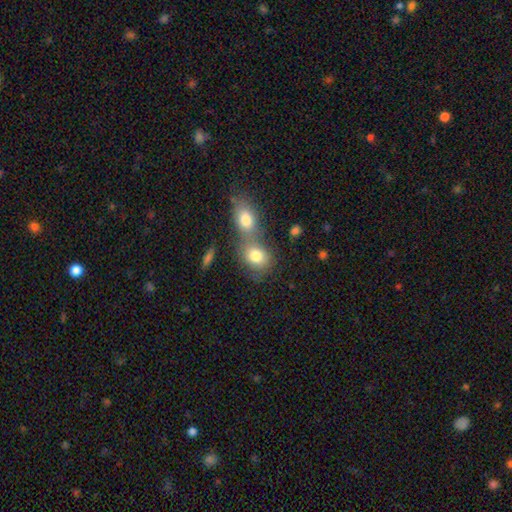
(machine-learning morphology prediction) Smooth or featured? smooth (79%)
How rounded? in between (51%)
Merging? merger (53%)